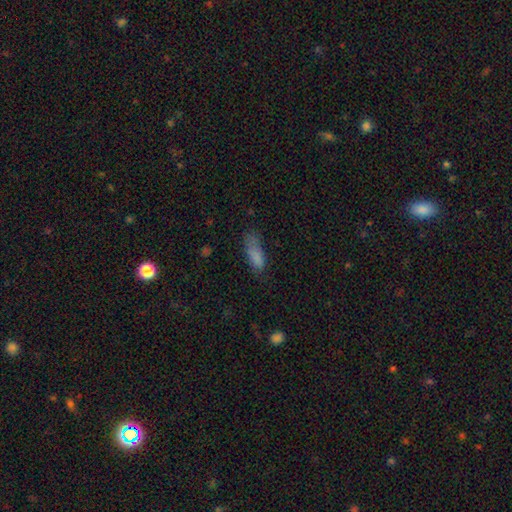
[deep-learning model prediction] This is clearly a smooth galaxy (81%). How rounded: likely in between (61%). Merging: possibly none (46%).